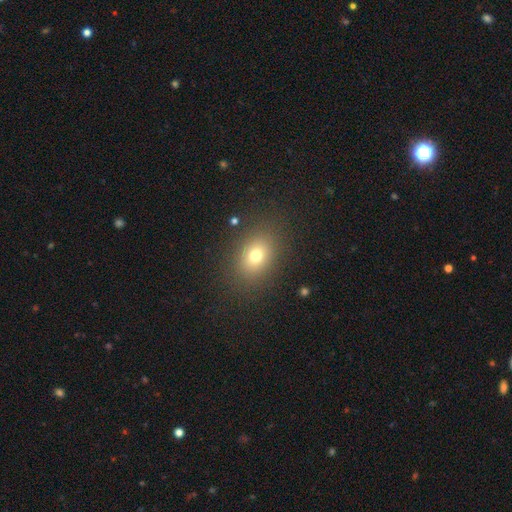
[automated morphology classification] Overall: smooth (73%). How rounded: in between (59%; round 39%). Merging: none (85%).